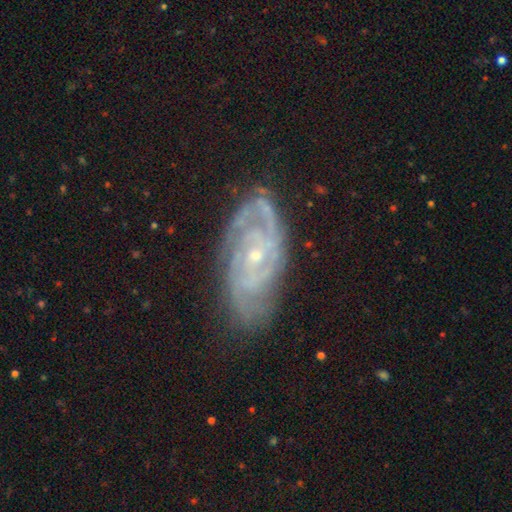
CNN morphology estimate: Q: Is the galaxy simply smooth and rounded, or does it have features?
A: featured or disk — 87%.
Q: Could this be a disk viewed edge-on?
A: no — 94%.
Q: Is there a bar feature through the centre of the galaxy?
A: no — 64%.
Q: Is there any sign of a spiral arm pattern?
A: yes — 97%.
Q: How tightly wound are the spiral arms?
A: tight — 68%.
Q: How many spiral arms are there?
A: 2 — 39%.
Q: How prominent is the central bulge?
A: small — 75%.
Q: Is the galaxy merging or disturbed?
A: none — 76%.